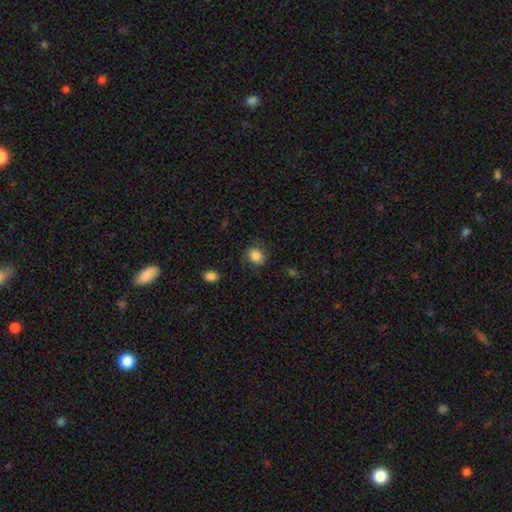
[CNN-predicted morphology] This appears to be a smooth galaxy with no disk features (84%) that is in between round and cigar-shaped (53%). Merging: none (73%).